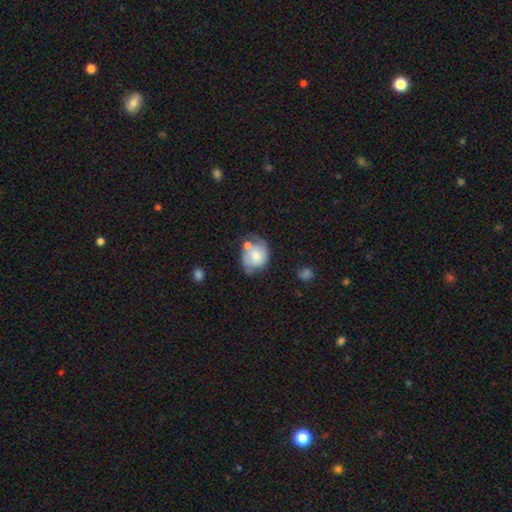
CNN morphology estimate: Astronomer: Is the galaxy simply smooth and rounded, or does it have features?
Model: smooth — 53% (runner-up: featured or disk, 39%).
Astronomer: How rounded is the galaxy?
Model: round — 55% (runner-up: in between, 44%).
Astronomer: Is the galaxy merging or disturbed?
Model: none — 38% (runner-up: minor disturbance, 30%).